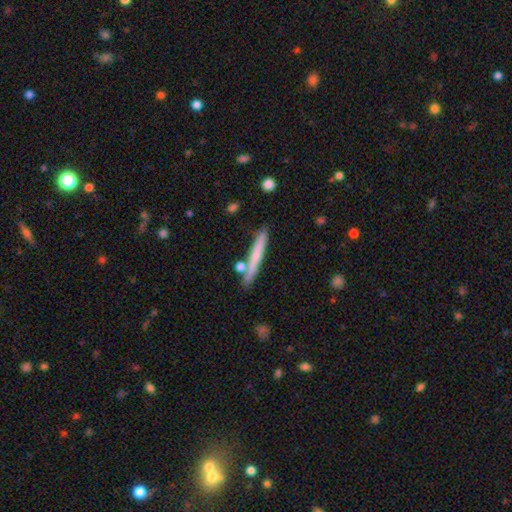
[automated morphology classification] This is likely a smooth galaxy (62%). How rounded: clearly cigar-shaped (96%). Merging: clearly none (83%).